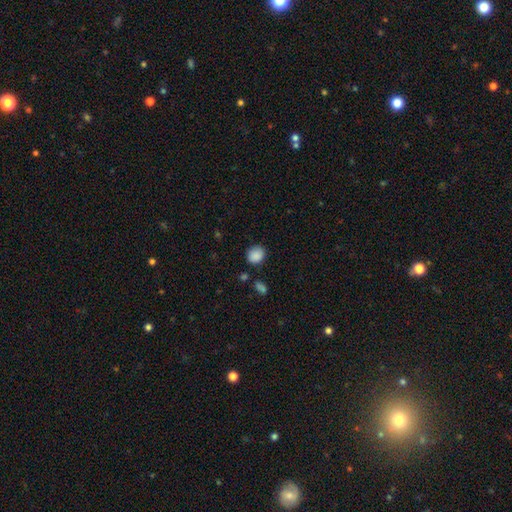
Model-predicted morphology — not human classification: type=smooth (88%); roundness=round (69%); merging=none (79%).